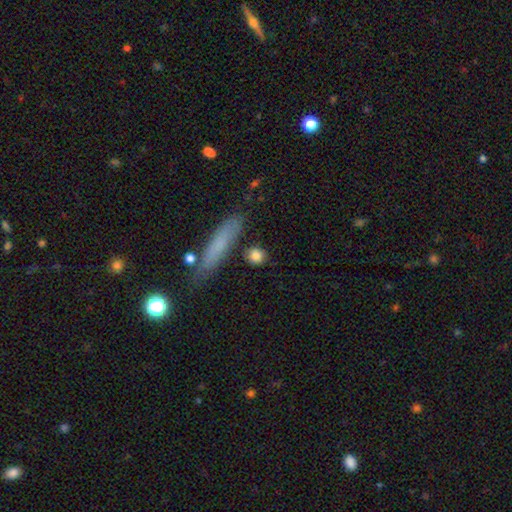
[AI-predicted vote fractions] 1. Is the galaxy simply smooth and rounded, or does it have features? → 82% smooth, 10% featured or disk, 8% star or artifact.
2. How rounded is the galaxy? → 76% round, 16% in between, 8% cigar-shaped.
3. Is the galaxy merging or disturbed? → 81% none, 10% minor disturbance, 5% merger, 3% major disturbance.